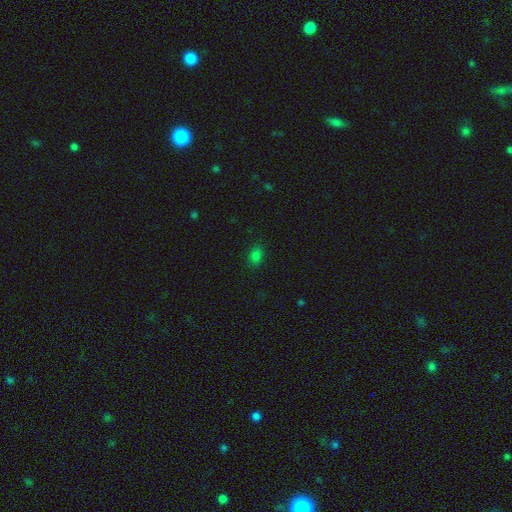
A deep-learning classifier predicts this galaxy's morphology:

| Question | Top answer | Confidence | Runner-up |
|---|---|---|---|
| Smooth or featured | smooth | 79% | star or artifact (16%) |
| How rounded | in between | 80% | round (17%) |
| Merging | none | 84% | minor disturbance (12%) |